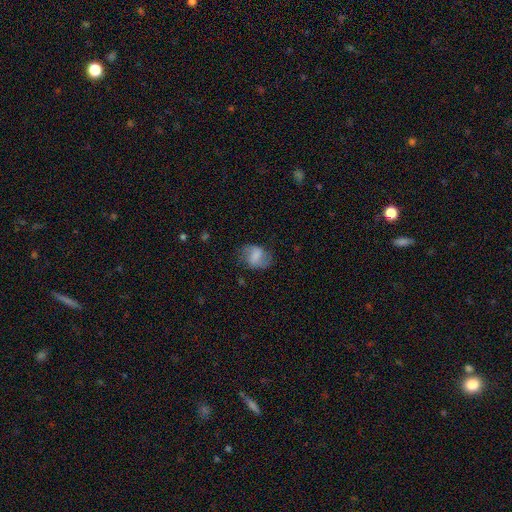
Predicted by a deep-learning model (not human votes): Smooth or featured? Predicted: smooth (p=0.49). Merging? Predicted: none (p=0.65).